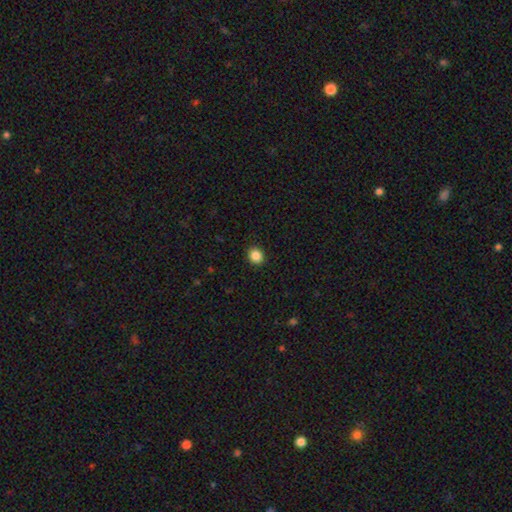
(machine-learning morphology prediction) smooth 87%, star or artifact 10%, featured or disk 3%. Down the decision tree: how rounded — round (72%); merging — none (92%).